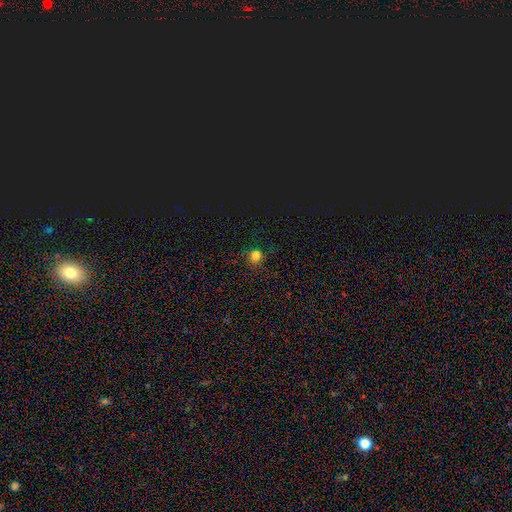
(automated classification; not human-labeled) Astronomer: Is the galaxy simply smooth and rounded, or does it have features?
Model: smooth — 74%.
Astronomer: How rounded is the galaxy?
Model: round — 93%.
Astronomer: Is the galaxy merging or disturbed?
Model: none — 82%.